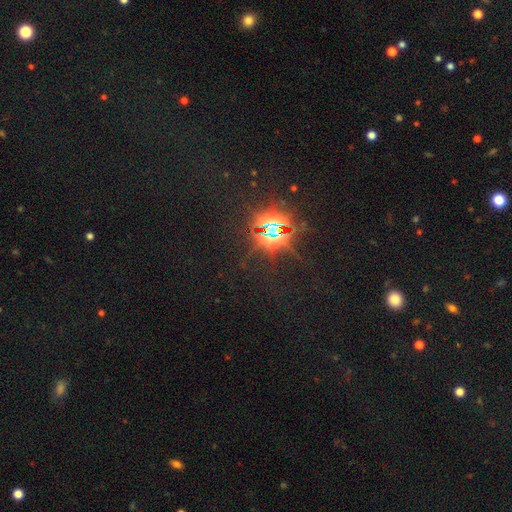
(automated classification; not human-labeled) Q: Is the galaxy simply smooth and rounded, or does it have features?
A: star or artifact — 70%.